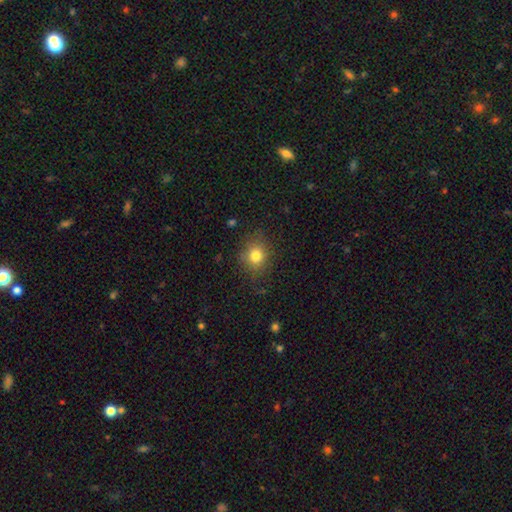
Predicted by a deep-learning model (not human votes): This appears to be a smooth galaxy with no disk features (79%) that is round (76%). Merging: none (81%).